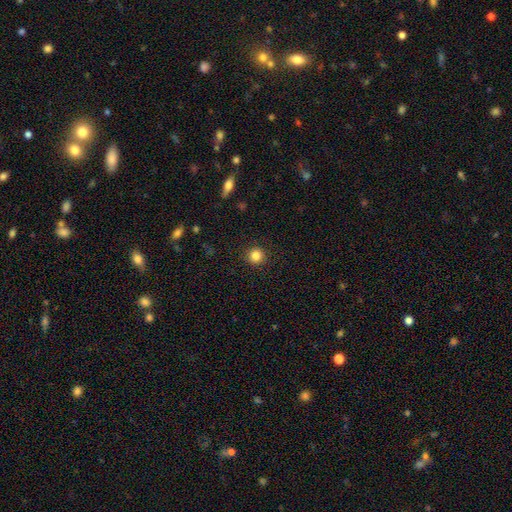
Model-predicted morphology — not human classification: This is clearly a smooth galaxy (84%). How rounded: clearly round (95%). Merging: clearly none (92%).